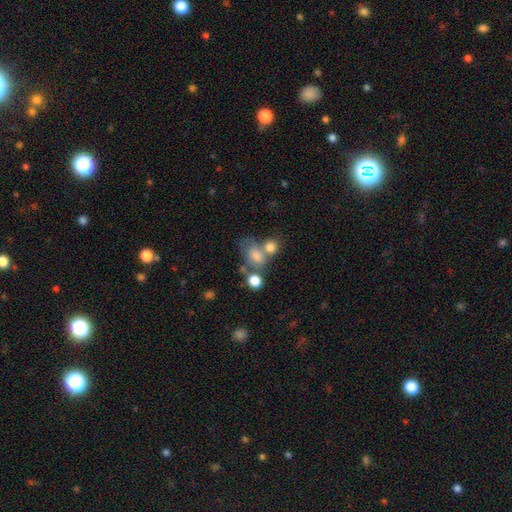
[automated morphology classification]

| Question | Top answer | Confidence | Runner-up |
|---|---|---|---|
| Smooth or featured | smooth | 70% | featured or disk (18%) |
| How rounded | in between | 67% | round (32%) |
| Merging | merger | 44% | none (31%) |